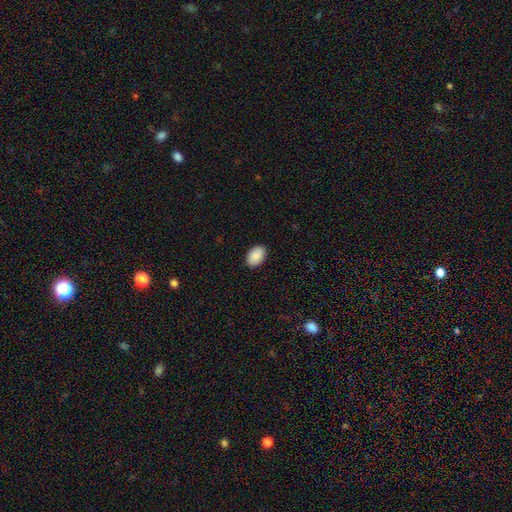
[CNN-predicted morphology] A smooth galaxy with no disk features (90%) that is in between round and cigar-shaped (90%). Merging: none (90%).